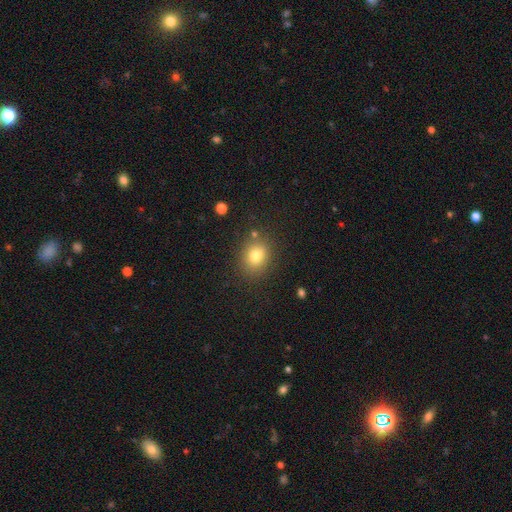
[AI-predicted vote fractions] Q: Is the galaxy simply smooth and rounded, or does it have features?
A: smooth — 77%.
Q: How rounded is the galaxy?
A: round — 63%.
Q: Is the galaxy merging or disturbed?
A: none — 80%.